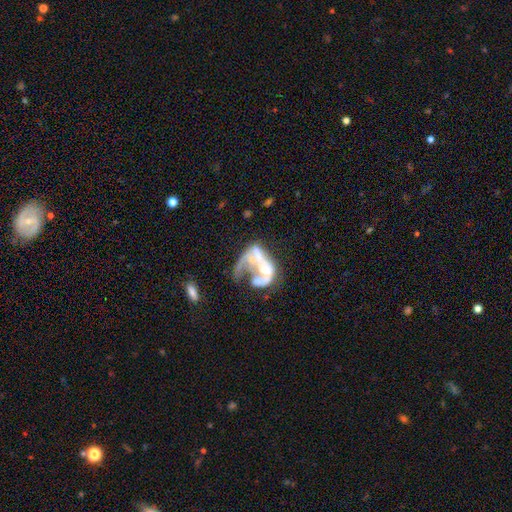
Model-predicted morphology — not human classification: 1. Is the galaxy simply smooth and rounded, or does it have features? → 71% featured or disk, 18% smooth, 11% star or artifact.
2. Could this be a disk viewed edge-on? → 97% no, 3% yes.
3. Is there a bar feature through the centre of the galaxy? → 73% no, 17% weak, 10% strong.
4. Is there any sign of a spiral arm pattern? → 66% no, 34% yes.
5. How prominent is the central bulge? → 38% none, 31% moderate, 20% small, 9% large, 3% dominant.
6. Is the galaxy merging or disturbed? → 40% major disturbance, 38% merger, 13% none, 8% minor disturbance.